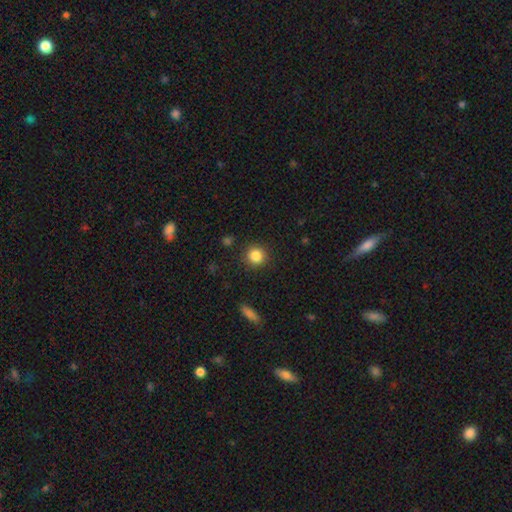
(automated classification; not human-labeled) Morphology: type=smooth (85%); roundness=round (92%); merging=none (90%).